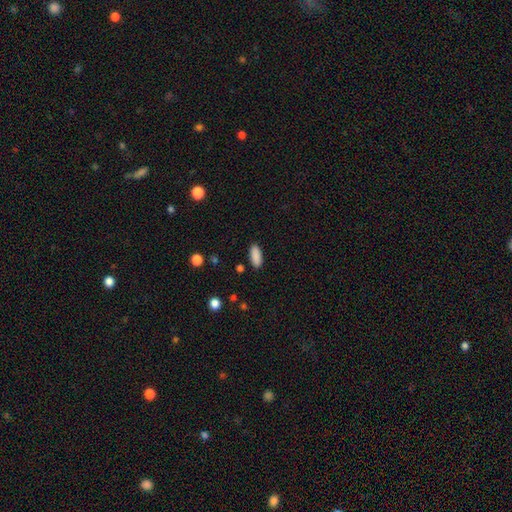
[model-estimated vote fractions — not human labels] The model was most divided on "how rounded": in between: 76%, cigar-shaped: 22%, round: 2%. More confident: smooth or featured — smooth (89%); merging — none (89%).